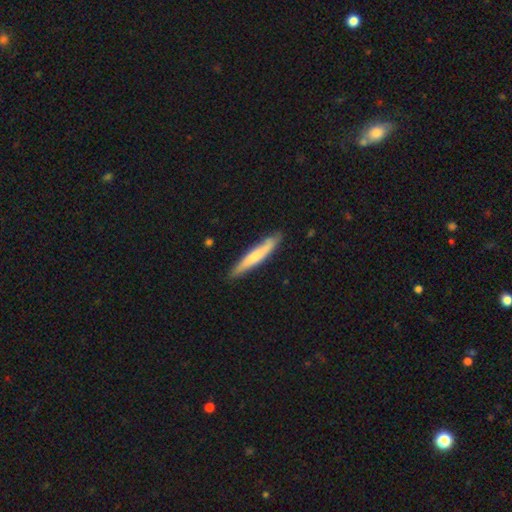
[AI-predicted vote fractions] A smooth galaxy with no disk features (62%) that is cigar-shaped (93%).

Vote fractions:
- Smooth or featured? smooth: 62% / featured or disk: 33% / star or artifact: 5%
- How rounded? cigar-shaped: 93% / in between: 6% / round: 1%
- Merging? none: 84% / minor disturbance: 13% / major disturbance: 2% / merger: 2%